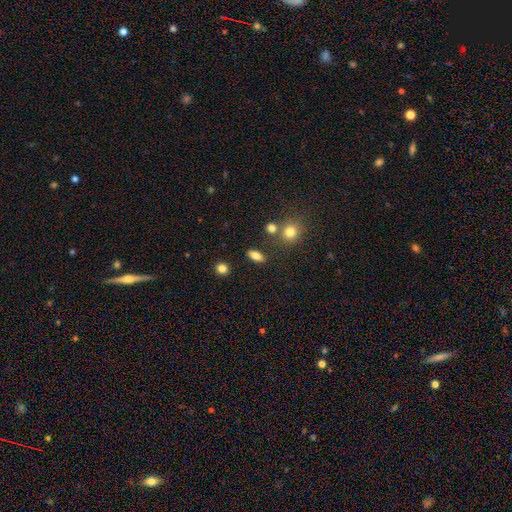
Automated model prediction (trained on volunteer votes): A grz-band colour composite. It shows a smooth galaxy with no disk features (80%) that is in between round and cigar-shaped (78%). Merging: none (82%).